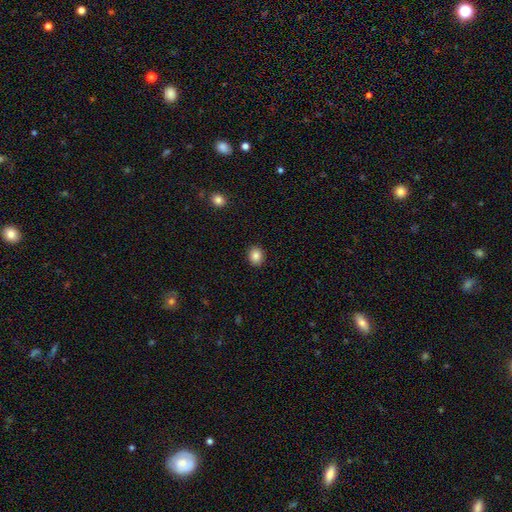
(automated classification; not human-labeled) This appears to be a smooth galaxy with no disk features (86%) that is round (70%). Merging: none (91%).